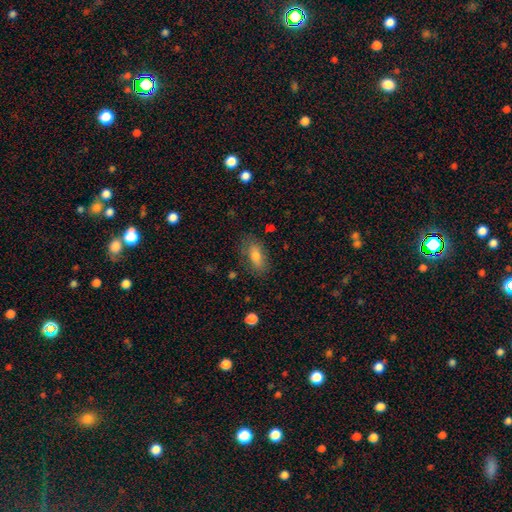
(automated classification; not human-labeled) Smooth or featured? smooth (73%)
How rounded? in between (84%)
Merging? none (77%)